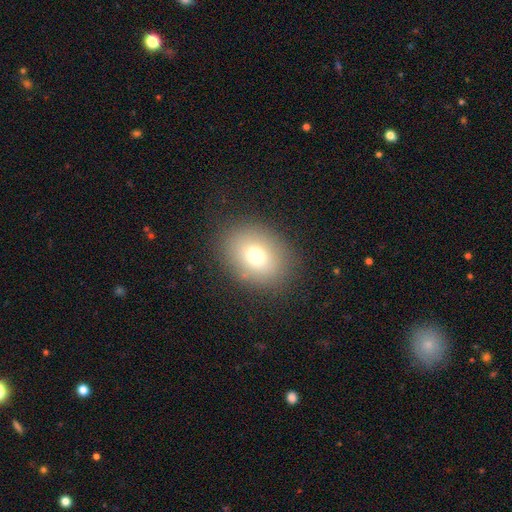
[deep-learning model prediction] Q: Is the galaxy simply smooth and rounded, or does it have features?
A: smooth — 74%.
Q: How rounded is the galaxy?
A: in between — 59%.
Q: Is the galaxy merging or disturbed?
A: none — 85%.